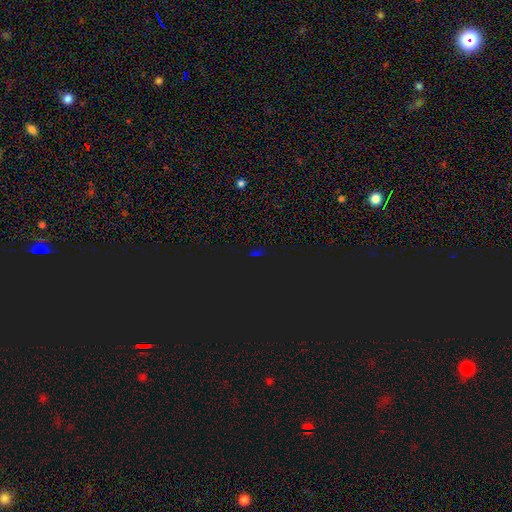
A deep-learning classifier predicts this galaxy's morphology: Smooth or featured: star or artifact — 76% (smooth — 16%)